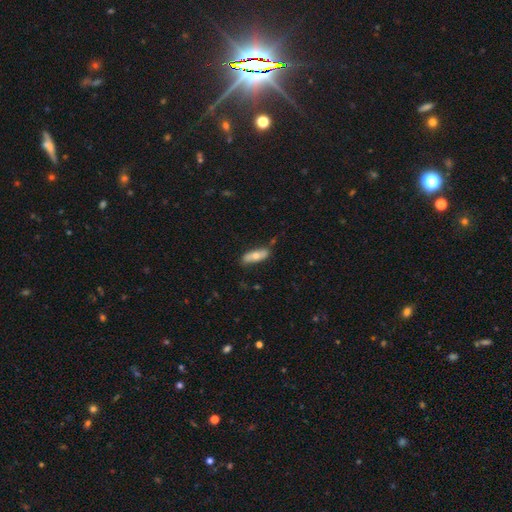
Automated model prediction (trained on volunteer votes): smooth_or_featured: smooth (p=0.65) [alt: featured or disk p=0.29]
how_rounded: in between (p=0.64) [alt: cigar-shaped p=0.33]
merging: none (p=0.79) [alt: minor disturbance p=0.16]